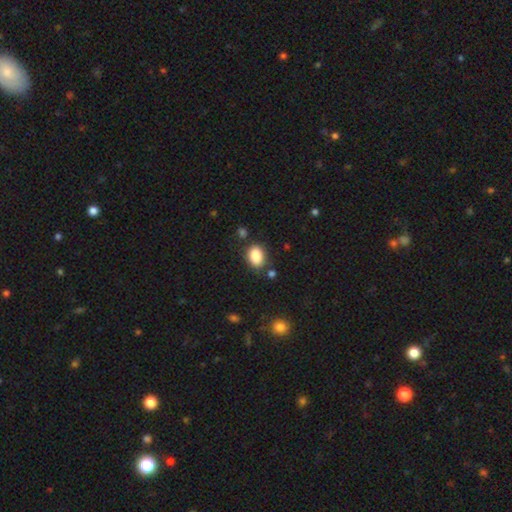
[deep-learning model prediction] smooth 87%, star or artifact 8%, featured or disk 4%. Down the decision tree: how rounded — in between (80%); merging — none (79%).